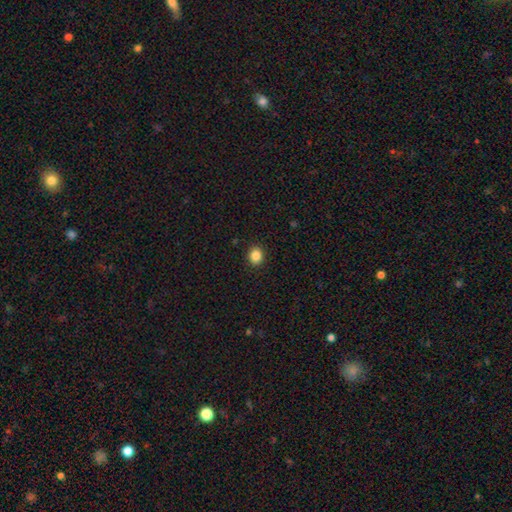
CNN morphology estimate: A smooth galaxy with no disk features (86%) that is round (70%). Merging: none (92%).